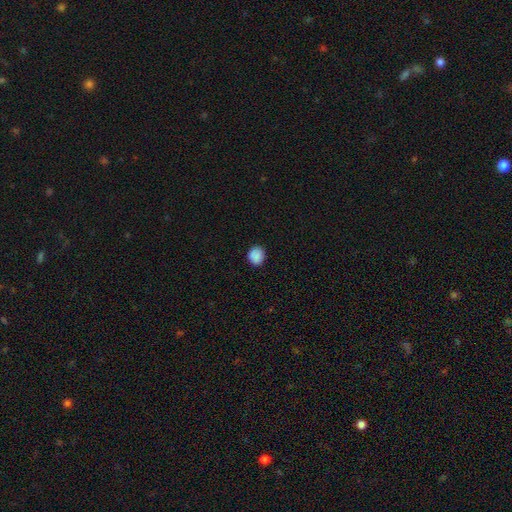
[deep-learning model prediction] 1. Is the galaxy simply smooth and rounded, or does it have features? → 88% smooth, 9% star or artifact, 3% featured or disk.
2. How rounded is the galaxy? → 81% round, 18% in between, 1% cigar-shaped.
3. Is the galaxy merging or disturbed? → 88% none, 9% minor disturbance, 2% major disturbance, 1% merger.